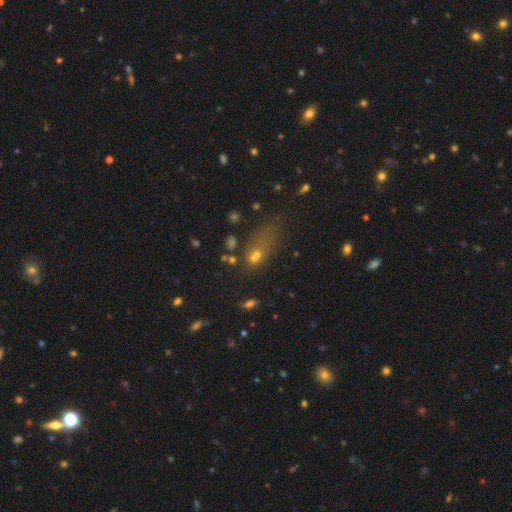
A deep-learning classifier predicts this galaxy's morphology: Smooth or featured? Predicted: smooth (p=0.57). How rounded? Predicted: in between (p=0.68). Merging? Predicted: none (p=0.33).